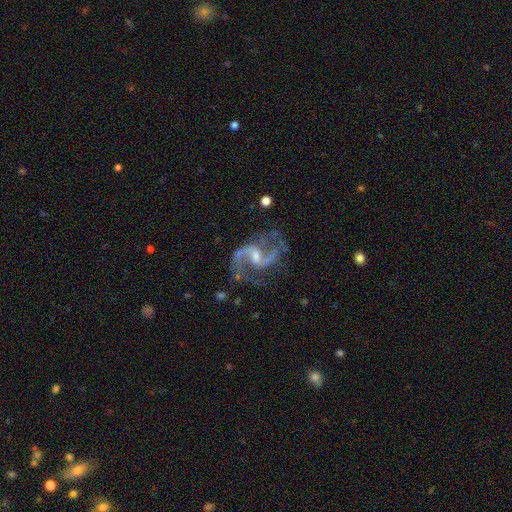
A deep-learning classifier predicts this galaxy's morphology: The model was most divided on "spiral winding": medium: 50%, loose: 42%, tight: 8%. Remaining: edge-on disk — no (98%); spiral arms — yes (98%); spiral arm count — 2 (93%); smooth or featured — featured or disk (92%); merging — none (71%); bar — weak (55%); bulge size — small (50%).